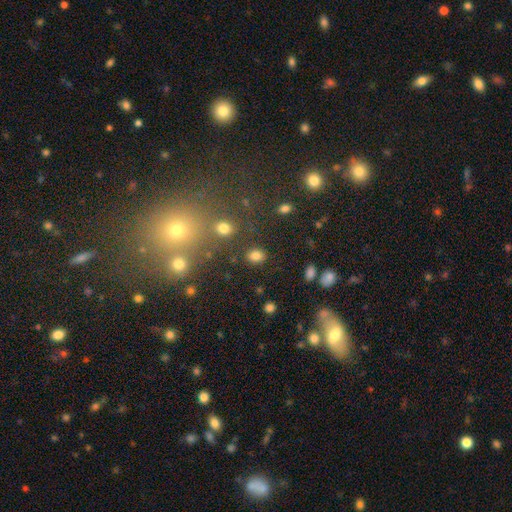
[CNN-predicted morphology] Smooth or featured? smooth (81%)
How rounded? in between (51%)
Merging? none (83%)